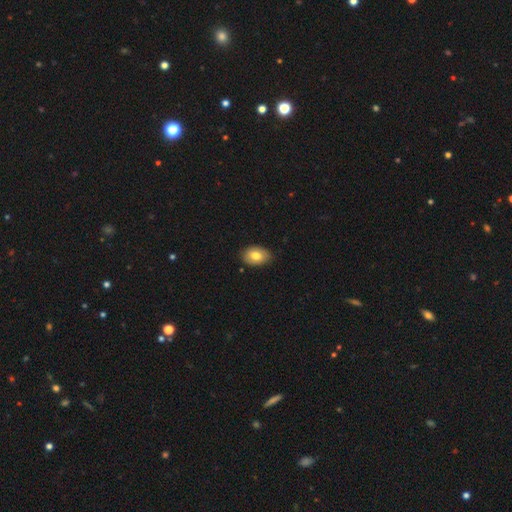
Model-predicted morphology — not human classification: Smooth or featured? smooth (78%)
How rounded? in between (85%)
Merging? none (83%)